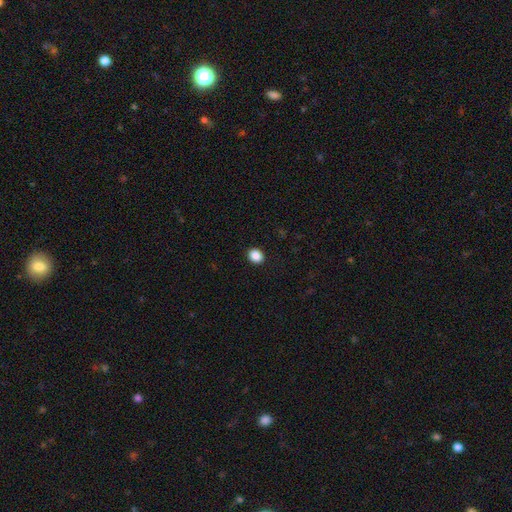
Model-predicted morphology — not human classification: smooth-or-featured: smooth: 88% | star or artifact: 9% | featured or disk: 3%
  how-rounded: round: 62% | in between: 37% | cigar-shaped: 1%
  merging: none: 92% | minor disturbance: 6% | major disturbance: 2% | merger: 1%